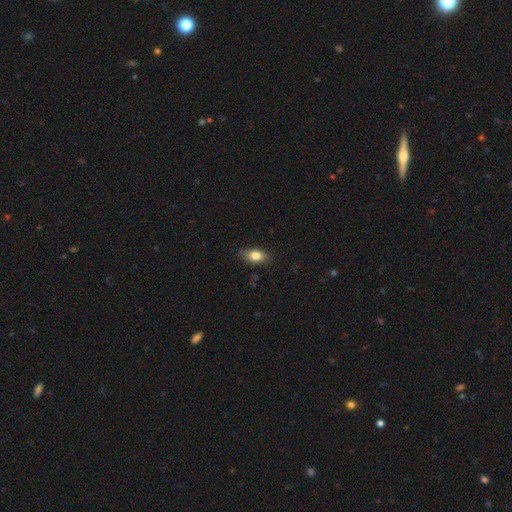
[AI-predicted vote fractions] Smooth or featured: smooth — 80% (featured or disk — 12%)
How rounded: in between — 86% (round — 10%)
Merging: none — 80% (minor disturbance — 16%)